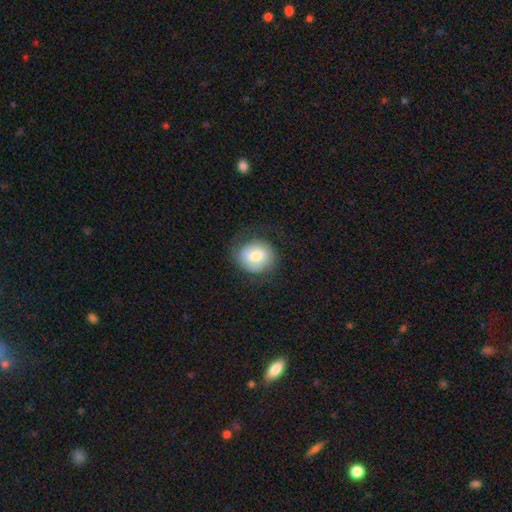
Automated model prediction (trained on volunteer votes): Smooth or featured?
  - smooth: 62% *
  - featured or disk: 31%
  - star or artifact: 7%
How rounded?
  - round: 79% *
  - in between: 20%
  - cigar-shaped: 1%
Merging?
  - none: 73% *
  - minor disturbance: 18%
  - major disturbance: 8%
  - merger: 1%